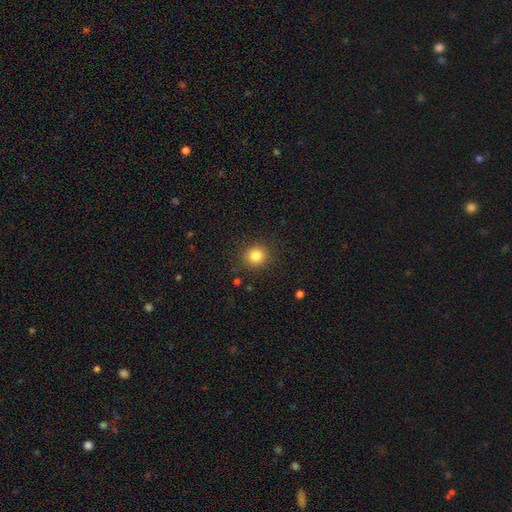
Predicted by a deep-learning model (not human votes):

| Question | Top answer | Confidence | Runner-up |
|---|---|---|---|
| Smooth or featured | smooth | 83% | star or artifact (12%) |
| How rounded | round | 89% | in between (10%) |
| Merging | none | 89% | minor disturbance (7%) |